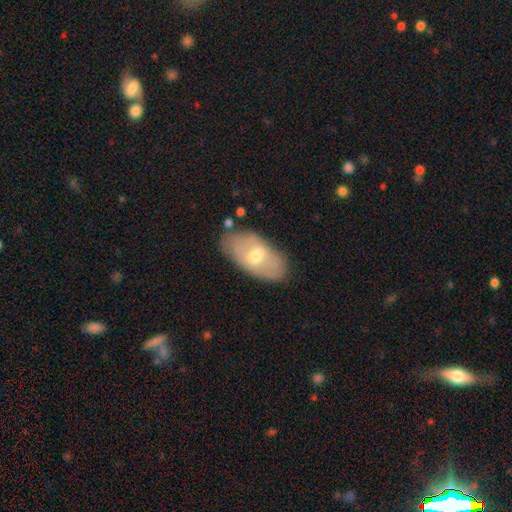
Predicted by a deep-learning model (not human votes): This appears to be a smooth galaxy with no disk features (47%). Merging: none (80%).